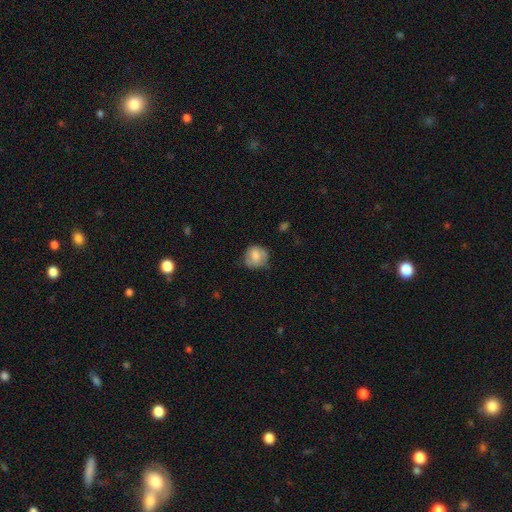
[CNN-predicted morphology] Smooth or featured: smooth — 73% (featured or disk — 19%)
How rounded: round — 82% (in between — 17%)
Merging: none — 63% (minor disturbance — 28%)